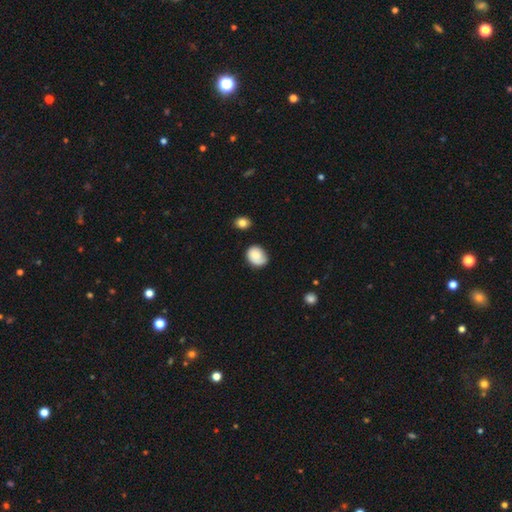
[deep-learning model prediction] This appears to be a smooth galaxy with no disk features (71%) that is in between round and cigar-shaped (51%). Merging: none (60%).